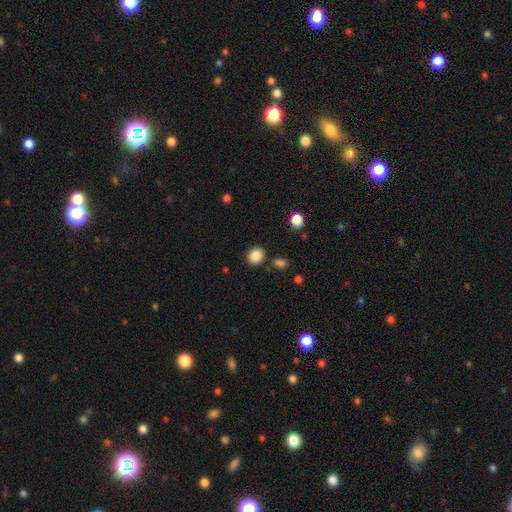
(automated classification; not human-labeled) This appears to be a smooth galaxy with no disk features (86%) that is round (66%). Merging: none (85%).